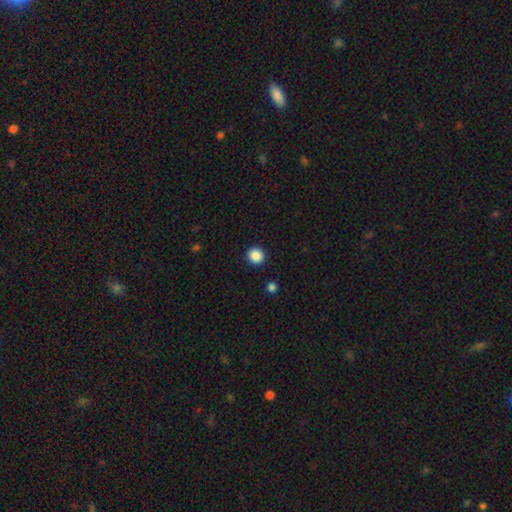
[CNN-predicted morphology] This is clearly a smooth galaxy (88%). How rounded: clearly round (92%). Merging: clearly none (92%).